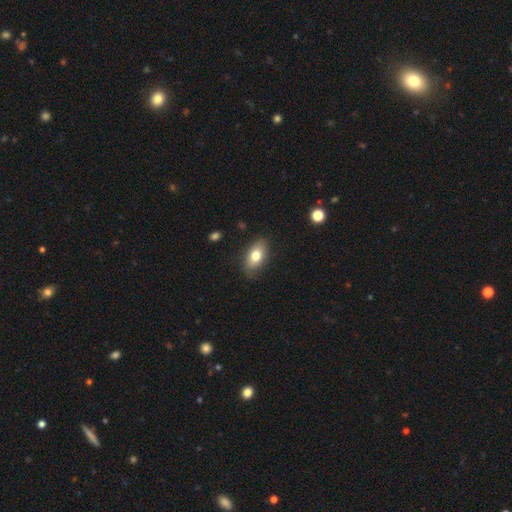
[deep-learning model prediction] Smooth or featured? Predicted: smooth (p=0.76). How rounded? Predicted: in between (p=0.89). Merging? Predicted: none (p=0.82).